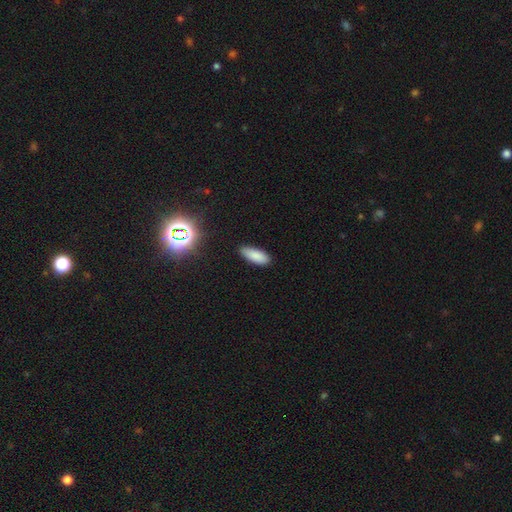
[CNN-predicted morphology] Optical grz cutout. It shows a smooth galaxy with no disk features (85%) that is in between round and cigar-shaped (75%). Merging: none (86%).